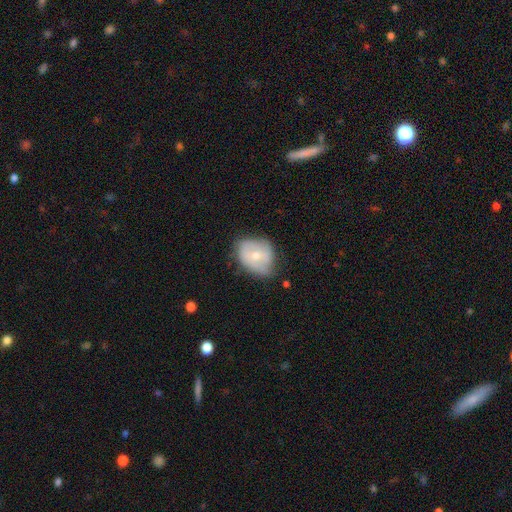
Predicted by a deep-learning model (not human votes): smooth_or_featured: smooth (p=0.55) [alt: featured or disk p=0.37]
how_rounded: in between (p=0.50) [alt: round p=0.48]
merging: none (p=0.47) [alt: minor disturbance p=0.39]